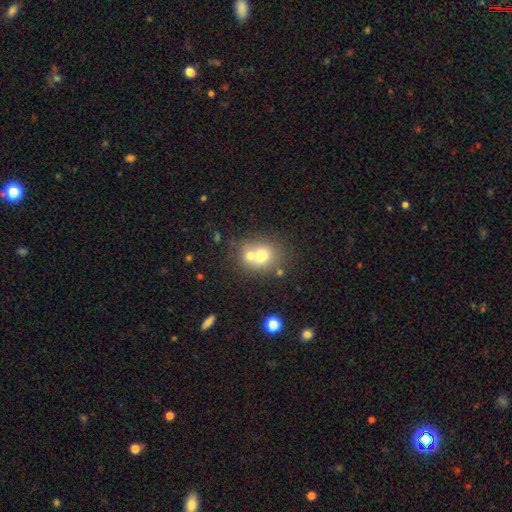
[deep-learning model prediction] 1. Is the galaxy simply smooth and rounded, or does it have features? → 65% smooth, 22% featured or disk, 13% star or artifact.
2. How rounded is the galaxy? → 67% round, 32% in between, 1% cigar-shaped.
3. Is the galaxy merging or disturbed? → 50% merger, 38% none, 8% minor disturbance, 3% major disturbance.